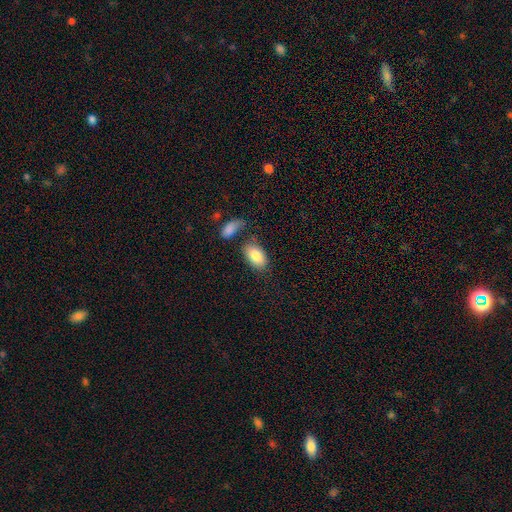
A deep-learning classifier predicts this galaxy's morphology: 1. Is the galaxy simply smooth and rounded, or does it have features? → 84% smooth, 9% featured or disk, 6% star or artifact.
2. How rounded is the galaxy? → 93% in between, 5% round, 2% cigar-shaped.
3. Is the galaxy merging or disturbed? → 65% none, 17% minor disturbance, 11% merger, 6% major disturbance.